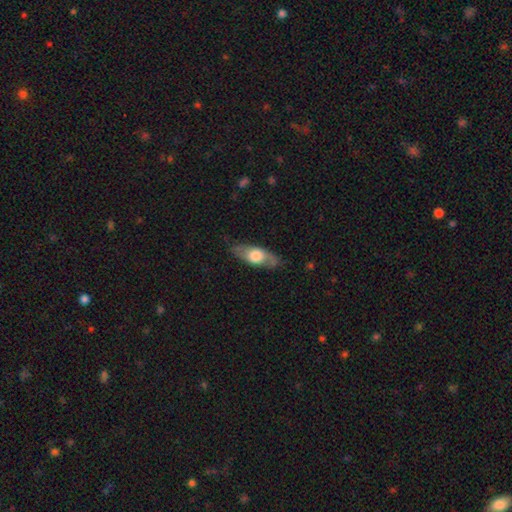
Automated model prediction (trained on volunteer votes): Overall: smooth (50%; featured or disk 44%). How rounded: in between (69%). Merging: none (79%).